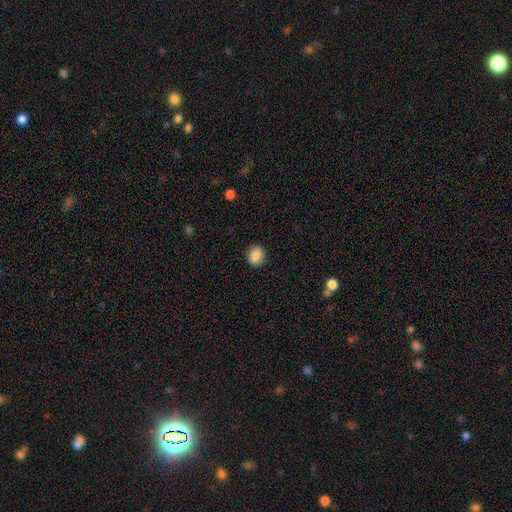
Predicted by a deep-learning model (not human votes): Overall: smooth (85%). How rounded: round (73%). Merging: none (89%).